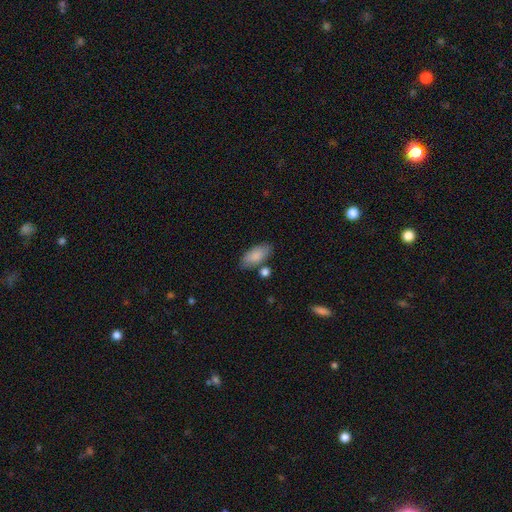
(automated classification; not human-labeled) Smooth or featured?
  - smooth: 87% *
  - featured or disk: 7%
  - star or artifact: 6%
How rounded?
  - in between: 91% *
  - cigar-shaped: 6%
  - round: 3%
Merging?
  - none: 75% *
  - minor disturbance: 13%
  - merger: 8%
  - major disturbance: 3%